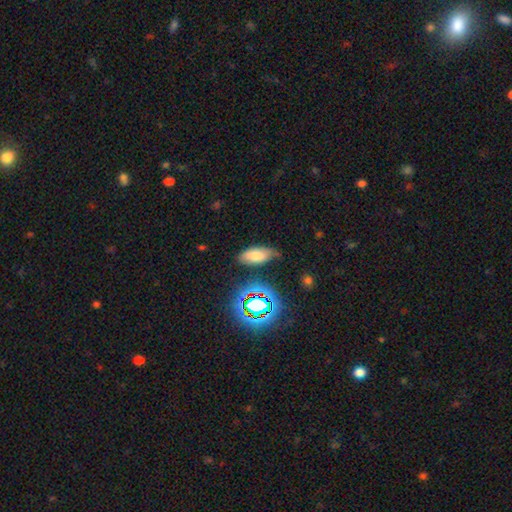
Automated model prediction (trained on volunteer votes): Smooth or featured?
  - smooth: 69% *
  - star or artifact: 16%
  - featured or disk: 15%
How rounded?
  - in between: 88% *
  - cigar-shaped: 8%
  - round: 4%
Merging?
  - none: 64% *
  - minor disturbance: 26%
  - major disturbance: 7%
  - merger: 4%